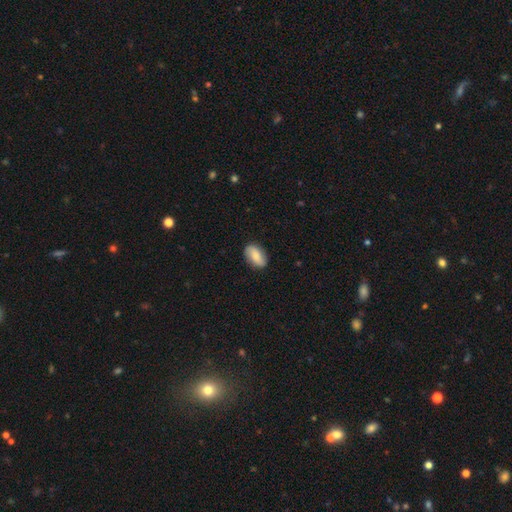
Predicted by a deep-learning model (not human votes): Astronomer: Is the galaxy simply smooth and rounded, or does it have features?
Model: smooth — 71%.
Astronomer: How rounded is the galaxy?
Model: in between — 91%.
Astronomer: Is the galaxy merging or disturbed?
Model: none — 86%.